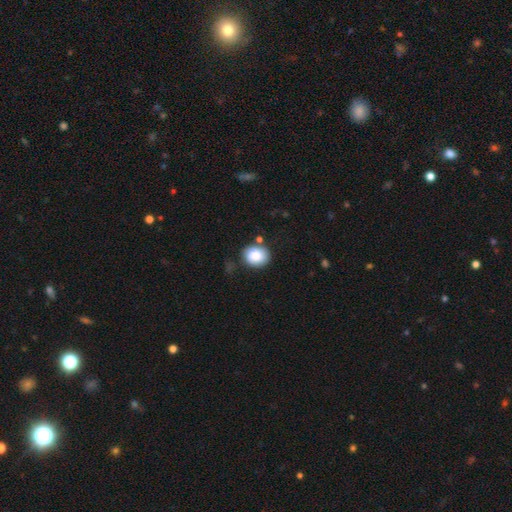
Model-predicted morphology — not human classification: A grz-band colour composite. It shows a smooth galaxy with no disk features (84%) that is round (62%). Merging: none (74%).